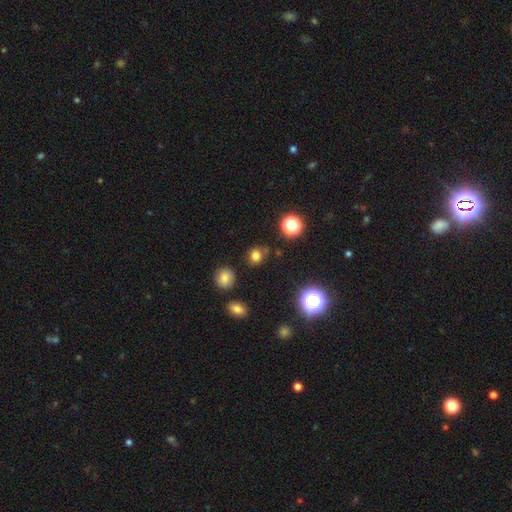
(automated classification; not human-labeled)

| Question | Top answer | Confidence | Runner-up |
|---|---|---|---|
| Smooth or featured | smooth | 75% | star or artifact (19%) |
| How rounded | round | 74% | in between (25%) |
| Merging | none | 78% | minor disturbance (13%) |